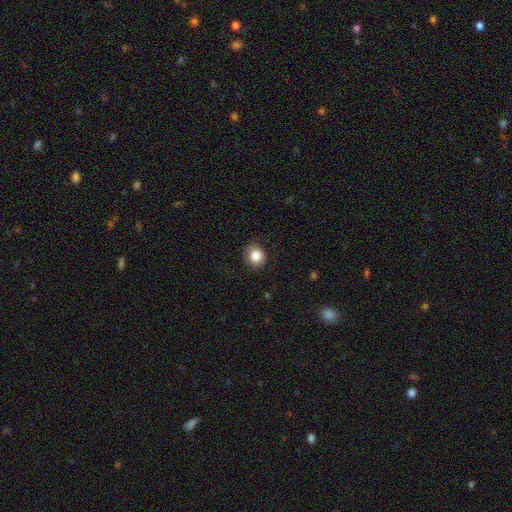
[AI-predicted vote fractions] Smooth or featured? smooth (86%)
How rounded? round (80%)
Merging? none (80%)